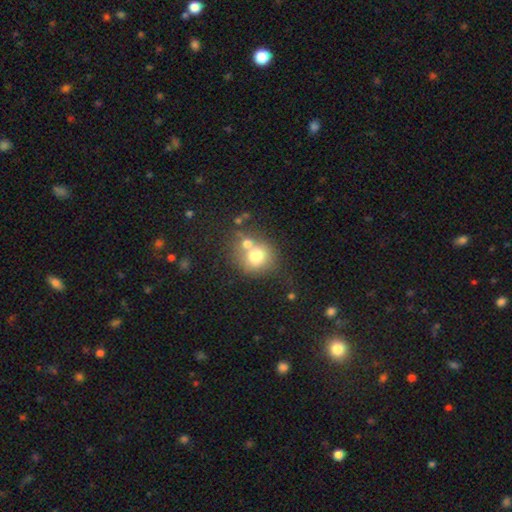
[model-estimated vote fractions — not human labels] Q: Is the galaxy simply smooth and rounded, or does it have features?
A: smooth — 72%.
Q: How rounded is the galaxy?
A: round — 80%.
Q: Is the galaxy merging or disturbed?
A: none — 42%.